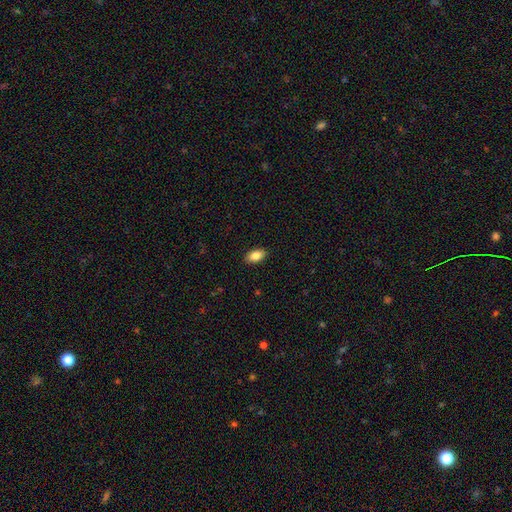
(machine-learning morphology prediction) This appears to be a smooth galaxy with no disk features (85%) that is in between round and cigar-shaped (91%). Merging: none (89%).